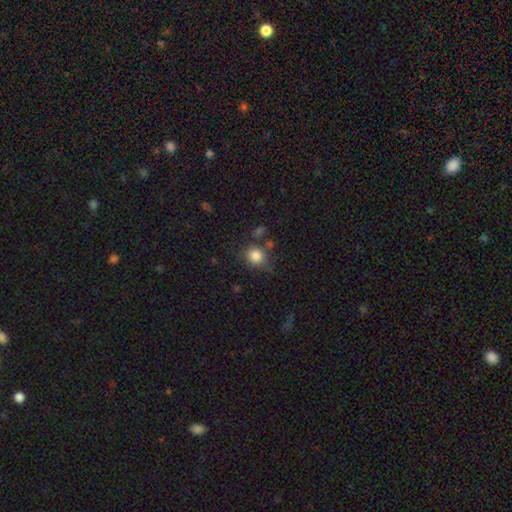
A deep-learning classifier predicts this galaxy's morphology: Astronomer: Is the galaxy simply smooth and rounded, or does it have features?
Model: smooth — 83%.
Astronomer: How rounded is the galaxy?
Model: round — 84%.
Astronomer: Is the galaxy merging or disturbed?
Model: none — 70%.